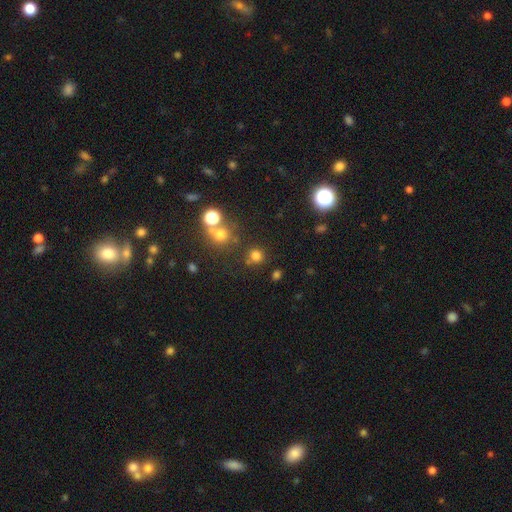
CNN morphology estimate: type=smooth (71%); roundness=round (88%); merging=none (72%).